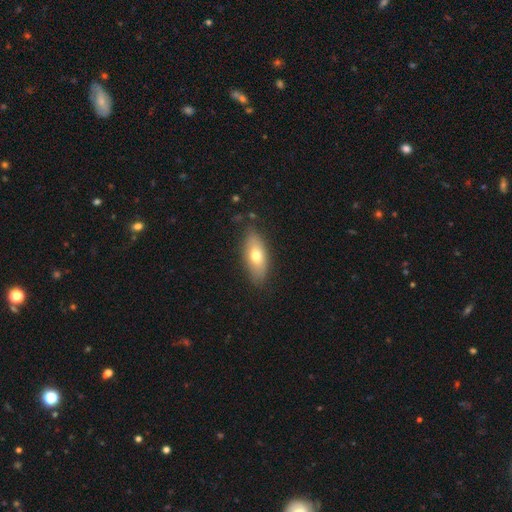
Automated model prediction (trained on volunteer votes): Morphology: type=smooth (68%); roundness=in between (81%); merging=none (82%).